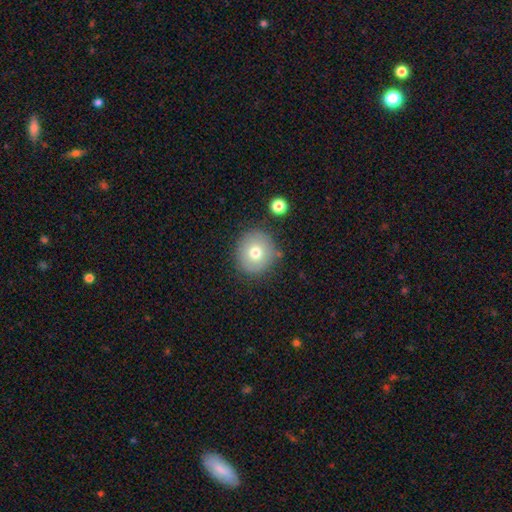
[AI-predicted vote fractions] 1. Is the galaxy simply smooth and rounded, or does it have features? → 60% smooth, 20% featured or disk, 20% star or artifact.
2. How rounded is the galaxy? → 90% round, 9% in between, 1% cigar-shaped.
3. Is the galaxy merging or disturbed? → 87% none, 8% minor disturbance, 3% merger, 3% major disturbance.